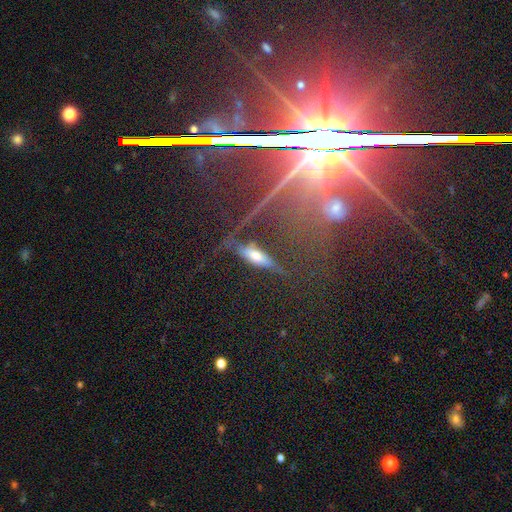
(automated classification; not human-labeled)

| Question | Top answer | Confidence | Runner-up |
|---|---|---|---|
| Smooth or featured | featured or disk | 41% | smooth (37%) |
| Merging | none | 70% | minor disturbance (17%) |